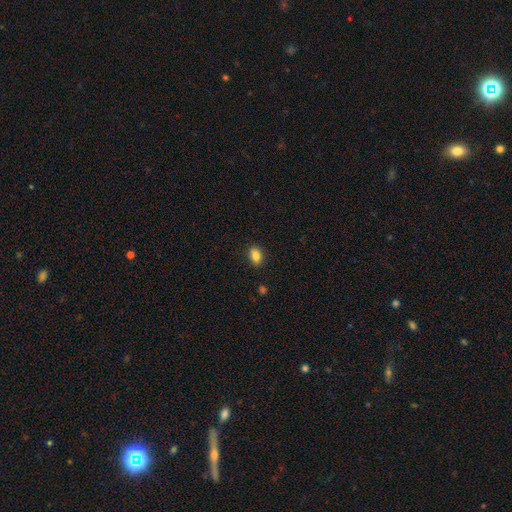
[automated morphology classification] Smooth or featured? Predicted: smooth (p=0.84). How rounded? Predicted: in between (p=0.80). Merging? Predicted: none (p=0.87).